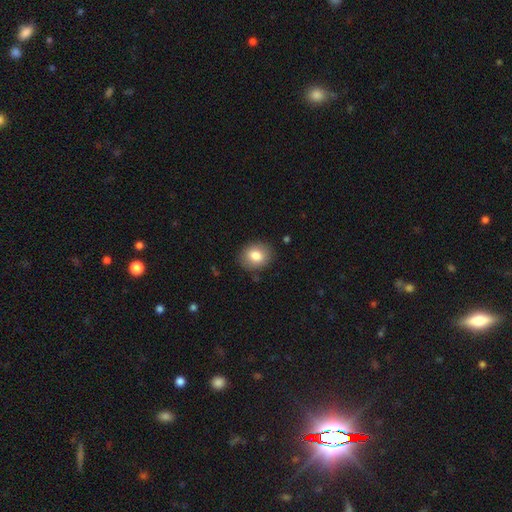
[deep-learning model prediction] This is clearly a smooth galaxy (81%). How rounded: possibly round (59%). Merging: clearly none (87%).